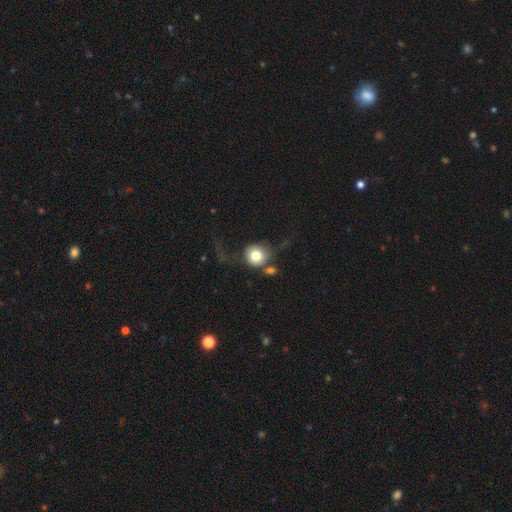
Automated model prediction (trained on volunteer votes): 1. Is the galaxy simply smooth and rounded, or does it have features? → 72% smooth, 19% featured or disk, 9% star or artifact.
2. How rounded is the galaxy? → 90% round, 9% in between, 1% cigar-shaped.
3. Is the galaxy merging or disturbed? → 43% none, 23% major disturbance, 18% merger, 17% minor disturbance.